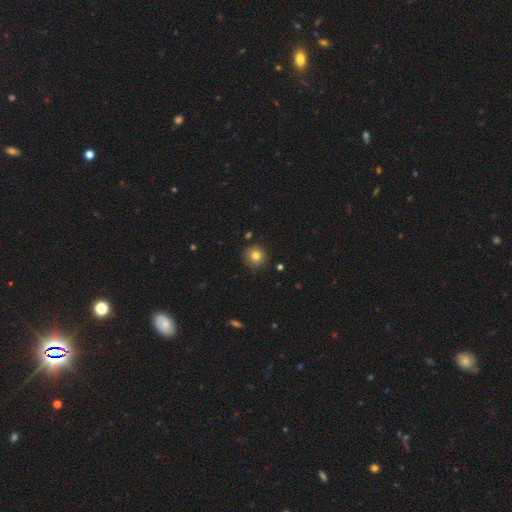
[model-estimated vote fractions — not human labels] Smooth or featured: smooth — 79% (star or artifact — 12%)
How rounded: round — 93% (in between — 6%)
Merging: none — 87% (minor disturbance — 9%)